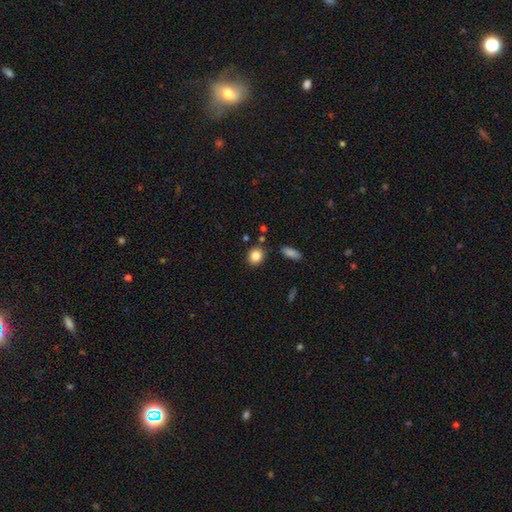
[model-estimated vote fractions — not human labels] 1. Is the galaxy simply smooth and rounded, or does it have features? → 85% smooth, 9% star or artifact, 6% featured or disk.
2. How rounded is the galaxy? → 67% round, 32% in between, 1% cigar-shaped.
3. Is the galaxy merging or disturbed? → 83% none, 10% minor disturbance, 5% merger, 3% major disturbance.